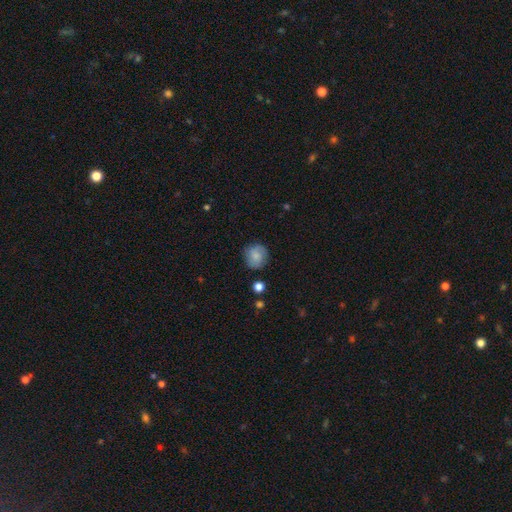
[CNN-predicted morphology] smooth-or-featured: smooth: 74% | featured or disk: 17% | star or artifact: 8%
  how-rounded: round: 80% | in between: 19% | cigar-shaped: 1%
  merging: none: 78% | minor disturbance: 16% | major disturbance: 4% | merger: 2%